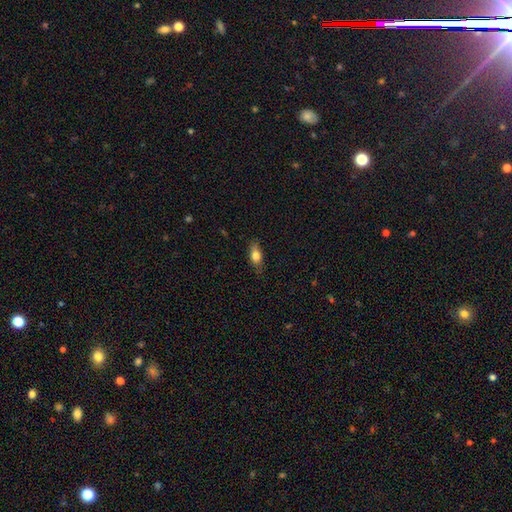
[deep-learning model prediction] Smooth or featured: smooth — 75% (featured or disk — 17%)
How rounded: in between — 76% (cigar-shaped — 16%)
Merging: none — 78% (minor disturbance — 17%)